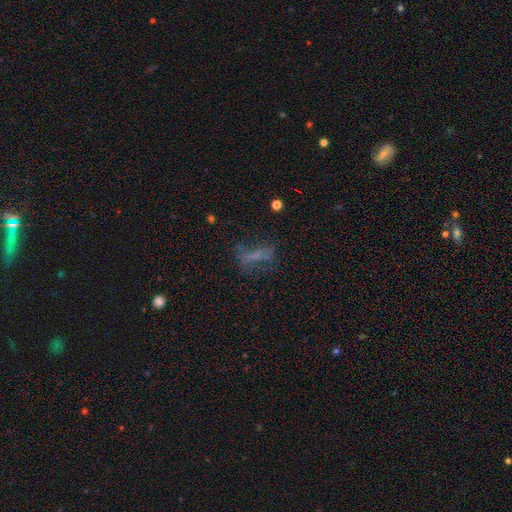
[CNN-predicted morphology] Overall: smooth (42%; featured or disk 34%). Merging: none (45%; major disturbance 30%).